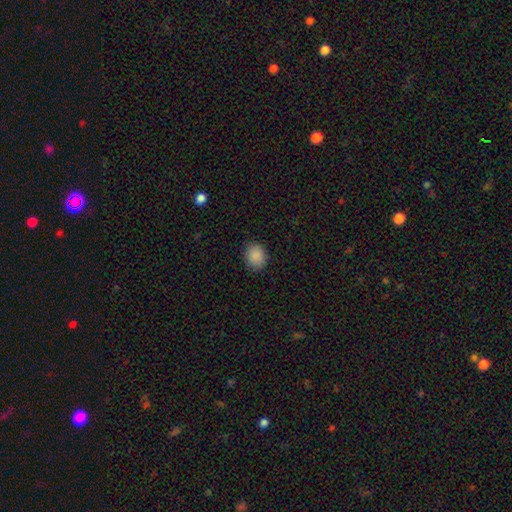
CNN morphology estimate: This is clearly a smooth galaxy (88%). How rounded: likely round (62%). Merging: clearly none (88%).